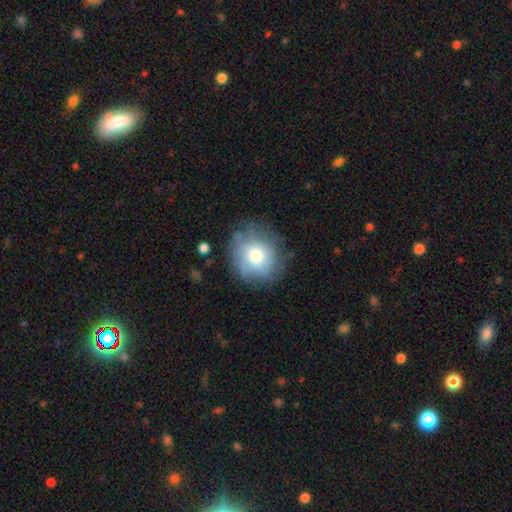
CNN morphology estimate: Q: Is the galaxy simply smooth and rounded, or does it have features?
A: smooth — 65%.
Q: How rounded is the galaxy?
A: round — 83%.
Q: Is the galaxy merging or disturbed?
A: none — 72%.